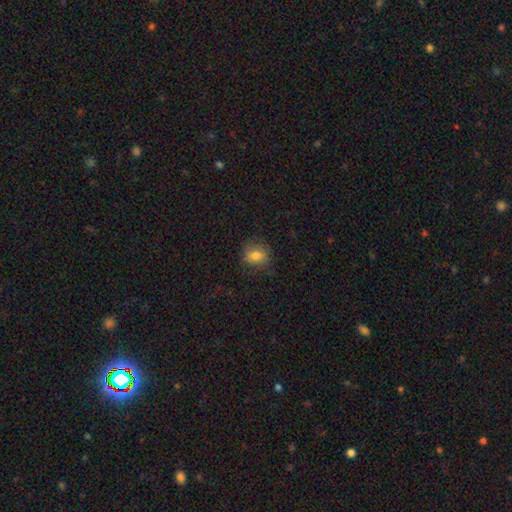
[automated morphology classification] type=smooth (76%); roundness=round (61%); merging=none (75%).